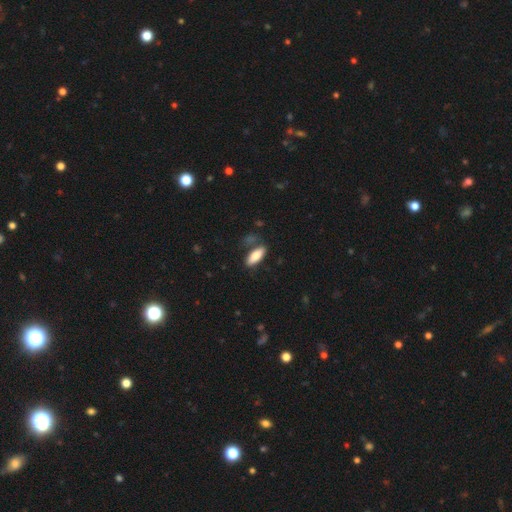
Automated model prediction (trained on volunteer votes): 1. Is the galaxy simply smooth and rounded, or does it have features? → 82% smooth, 12% featured or disk, 6% star or artifact.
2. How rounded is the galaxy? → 77% in between, 21% cigar-shaped, 2% round.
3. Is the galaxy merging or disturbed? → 76% none, 15% minor disturbance, 5% merger, 4% major disturbance.